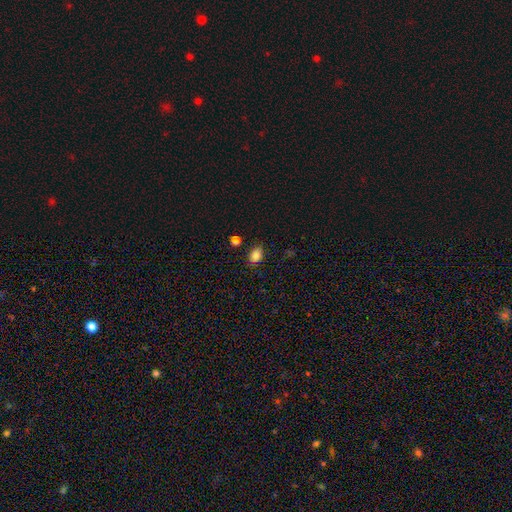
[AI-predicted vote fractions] This appears to be a smooth galaxy with no disk features (84%) that is in between round and cigar-shaped (69%). Merging: none (81%).